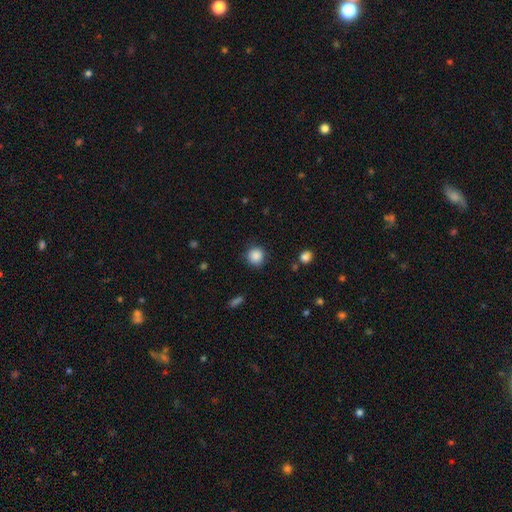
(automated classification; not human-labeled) Smooth or featured? smooth (87%)
How rounded? round (92%)
Merging? none (86%)